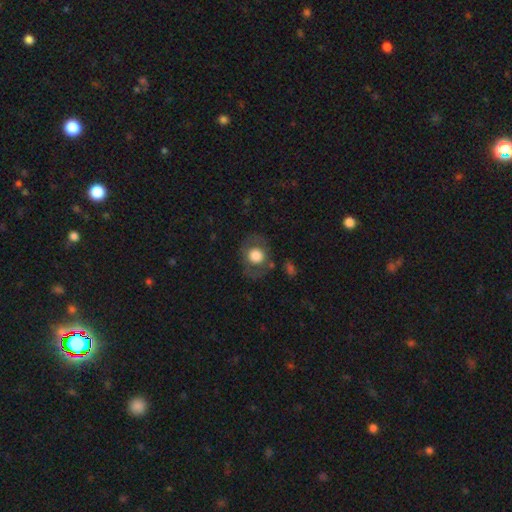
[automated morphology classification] This appears to be a smooth galaxy with no disk features (66%) that is round (75%). Merging: none (73%).